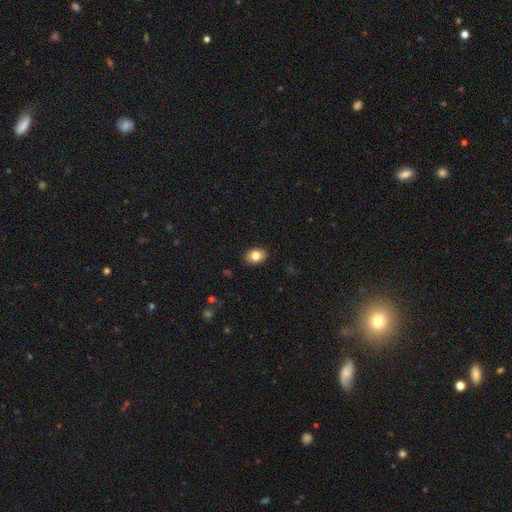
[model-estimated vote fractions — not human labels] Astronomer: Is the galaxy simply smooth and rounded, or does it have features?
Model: smooth — 82%.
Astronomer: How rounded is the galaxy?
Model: in between — 71%.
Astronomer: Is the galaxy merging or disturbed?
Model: none — 89%.